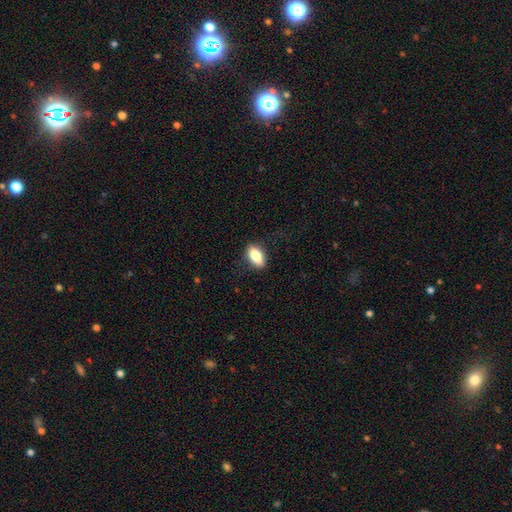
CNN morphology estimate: Overall: smooth (82%). How rounded: in between (88%). Merging: none (83%).